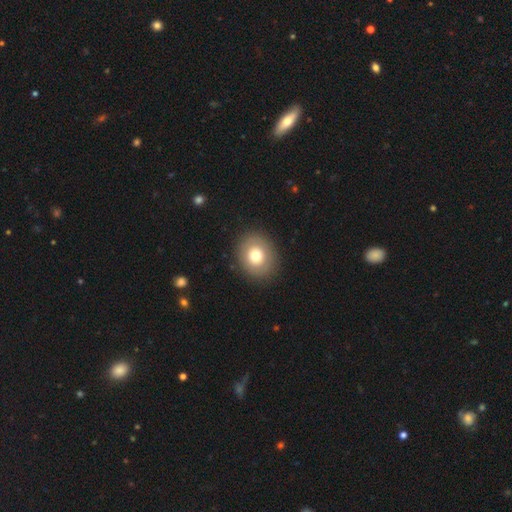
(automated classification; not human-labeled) This appears to be a smooth galaxy with no disk features (73%) that is round (68%). Merging: none (89%).